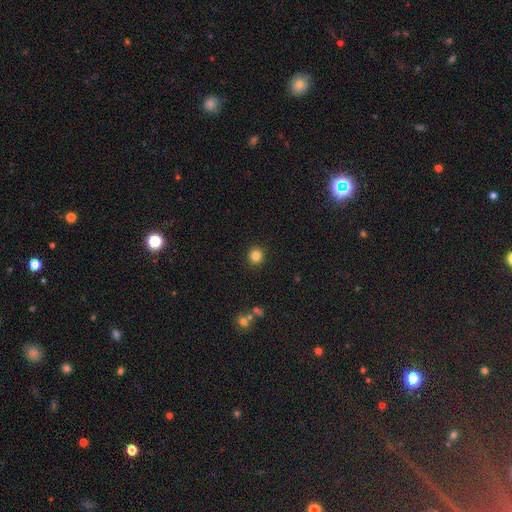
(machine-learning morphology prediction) Smooth or featured: smooth — 85% (star or artifact — 11%)
How rounded: round — 90% (in between — 9%)
Merging: none — 91% (minor disturbance — 5%)